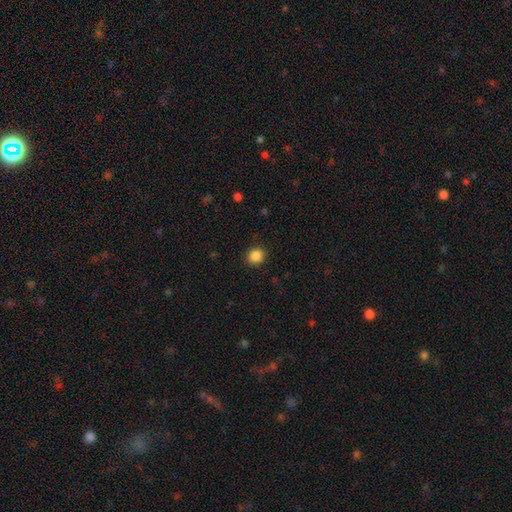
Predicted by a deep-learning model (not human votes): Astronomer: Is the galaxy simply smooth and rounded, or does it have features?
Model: smooth — 87%.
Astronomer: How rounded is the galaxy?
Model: round — 78%.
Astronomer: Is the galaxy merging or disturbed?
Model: none — 90%.